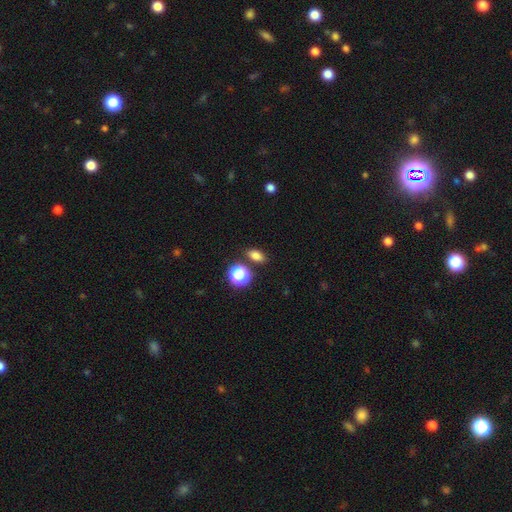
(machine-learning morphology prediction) This is likely a smooth galaxy (78%). How rounded: likely in between (76%). Merging: clearly none (81%).